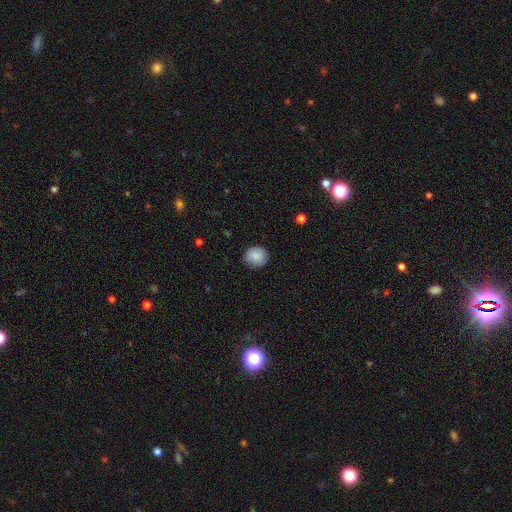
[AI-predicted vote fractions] smooth 84%, featured or disk 9%, star or artifact 7%. Down the decision tree: how rounded — round (86%); merging — none (84%).